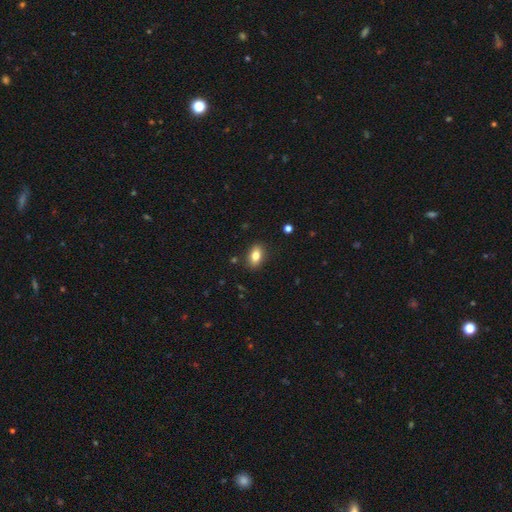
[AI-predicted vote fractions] Overall: smooth (81%). How rounded: in between (86%). Merging: none (87%).